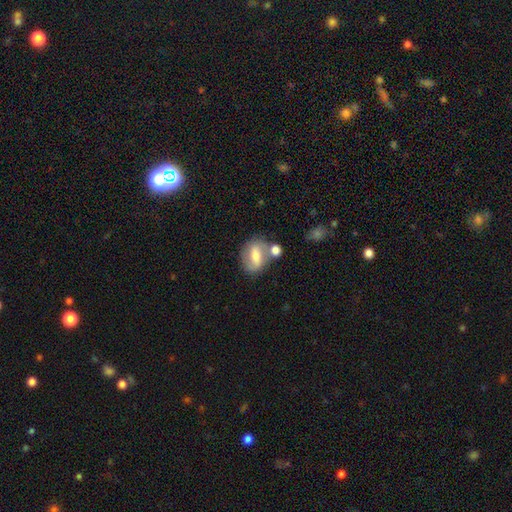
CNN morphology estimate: smooth_or_featured: smooth (p=0.50) [alt: featured or disk p=0.42]
how_rounded: in between (p=0.65) [alt: round p=0.31]
merging: none (p=0.55) [alt: merger p=0.23]